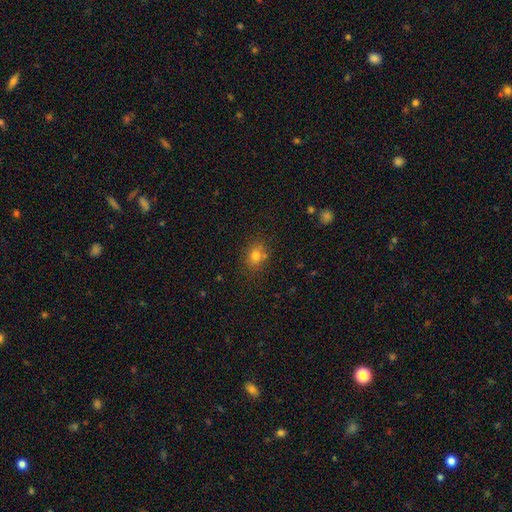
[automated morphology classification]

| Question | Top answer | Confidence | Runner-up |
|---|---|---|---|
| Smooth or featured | smooth | 76% | star or artifact (15%) |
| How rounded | round | 50% | in between (49%) |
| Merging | none | 75% | minor disturbance (14%) |